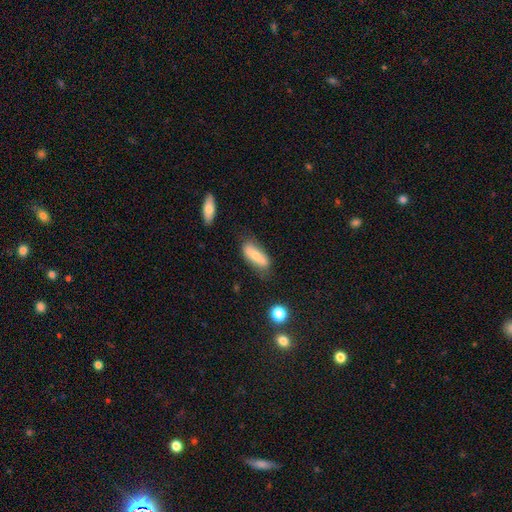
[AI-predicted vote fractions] Overall: smooth (63%; featured or disk 30%). How rounded: in between (66%; cigar-shaped 31%). Merging: none (66%).